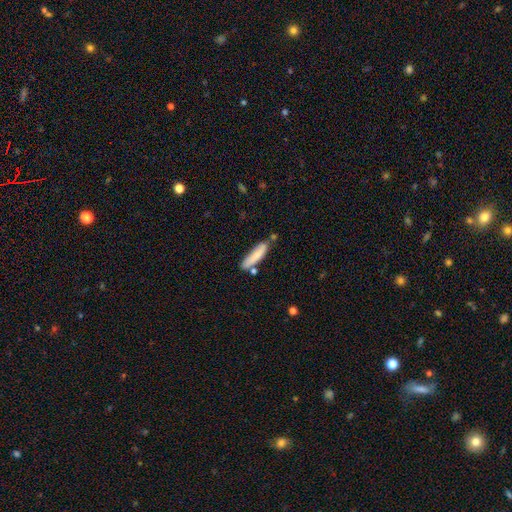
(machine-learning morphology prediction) The model was most divided on "merging": none: 66%, minor disturbance: 19%, merger: 11%, major disturbance: 4%. More confident: smooth or featured — smooth (77%); how rounded — cigar-shaped (75%).